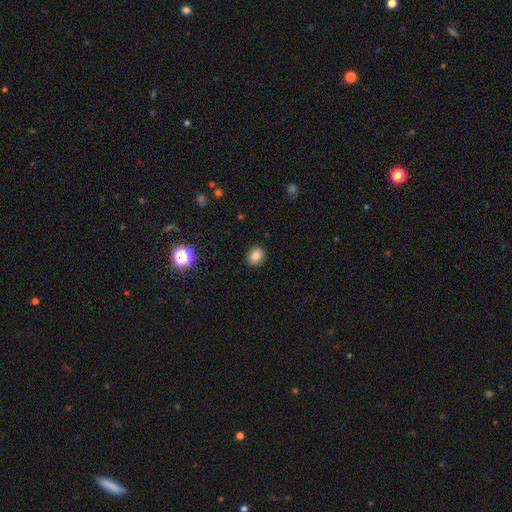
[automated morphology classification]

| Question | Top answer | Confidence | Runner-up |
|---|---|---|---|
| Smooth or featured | smooth | 82% | star or artifact (12%) |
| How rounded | in between | 52% | round (47%) |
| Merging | none | 90% | minor disturbance (7%) |